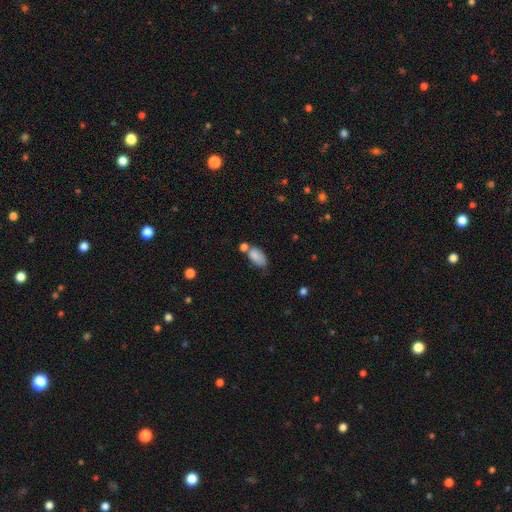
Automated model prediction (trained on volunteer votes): The model was most divided on "merging": none: 39%, merger: 26%, minor disturbance: 25%, major disturbance: 9%. More confident: how rounded — in between (92%); smooth or featured — smooth (83%).